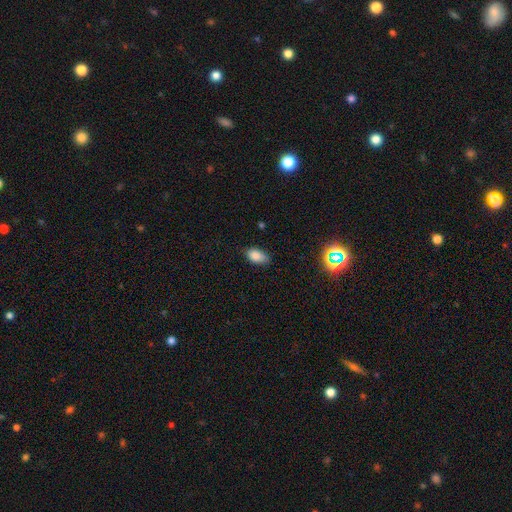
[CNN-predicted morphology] Overall: smooth (85%). How rounded: in between (91%). Merging: none (70%).